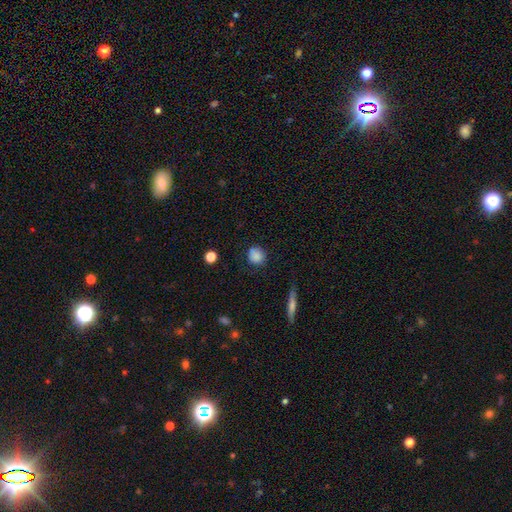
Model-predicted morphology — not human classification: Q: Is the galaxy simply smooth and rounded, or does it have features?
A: smooth — 85%.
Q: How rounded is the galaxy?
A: round — 84%.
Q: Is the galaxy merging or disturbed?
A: none — 76%.